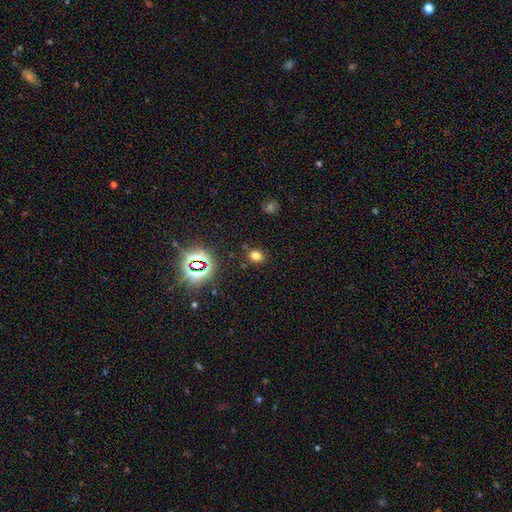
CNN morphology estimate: A smooth galaxy with no disk features (71%) that is round (50%).

Vote fractions:
- Smooth or featured? smooth: 71% / star or artifact: 22% / featured or disk: 7%
- How rounded? round: 50% / in between: 49% / cigar-shaped: 1%
- Merging? none: 82% / minor disturbance: 11% / major disturbance: 3% / merger: 3%